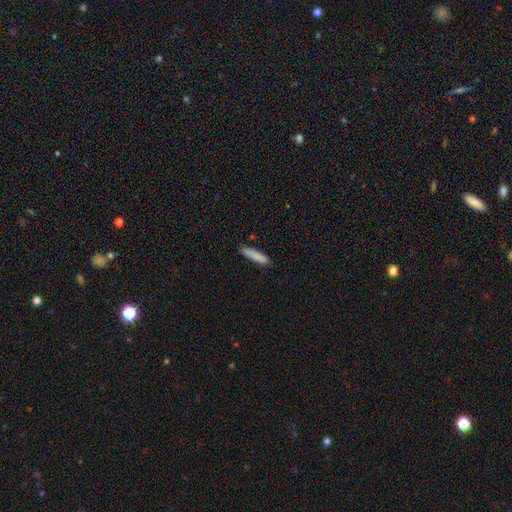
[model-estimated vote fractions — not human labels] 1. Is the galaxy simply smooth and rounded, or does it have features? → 85% smooth, 9% featured or disk, 6% star or artifact.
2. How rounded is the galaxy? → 80% cigar-shaped, 18% in between, 1% round.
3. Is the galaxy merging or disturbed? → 85% none, 11% minor disturbance, 2% major disturbance, 1% merger.